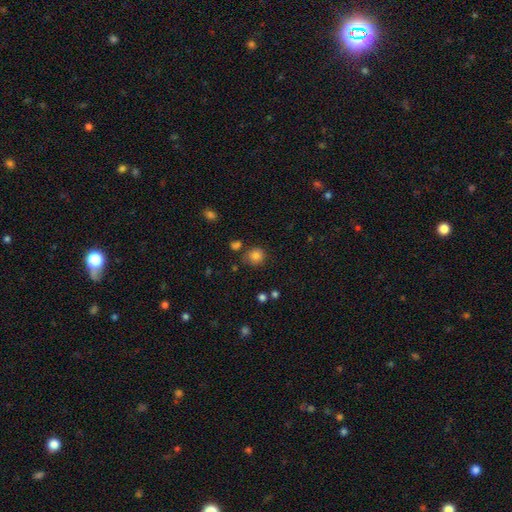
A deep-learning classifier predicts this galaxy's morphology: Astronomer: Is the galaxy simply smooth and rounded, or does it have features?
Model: smooth — 82%.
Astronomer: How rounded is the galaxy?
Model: round — 87%.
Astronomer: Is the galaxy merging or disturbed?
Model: none — 76%.